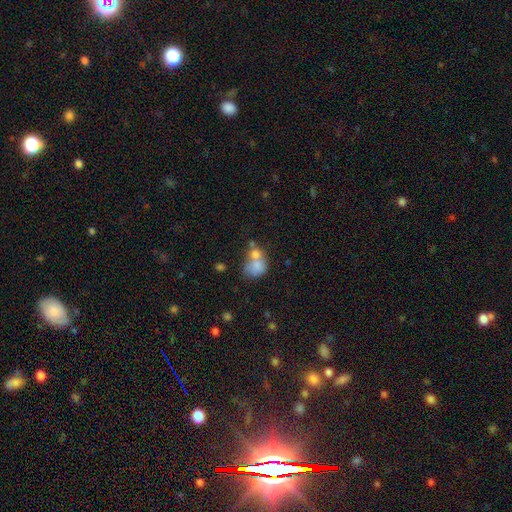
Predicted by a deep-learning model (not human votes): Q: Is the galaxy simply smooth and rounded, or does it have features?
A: smooth — 70%.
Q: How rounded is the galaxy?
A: round — 54%.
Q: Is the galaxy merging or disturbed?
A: merger — 53%.